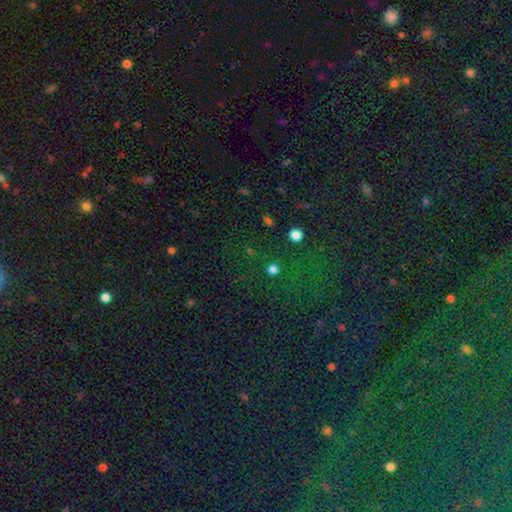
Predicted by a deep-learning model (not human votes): star or artifact 81%, smooth 12%, featured or disk 7%.